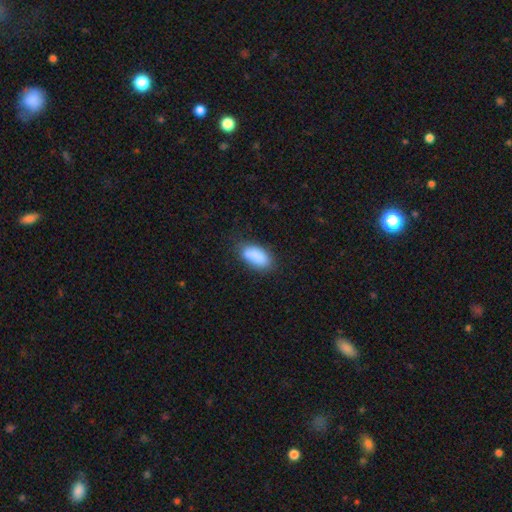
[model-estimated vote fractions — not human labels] smooth_or_featured: smooth (p=0.87) [alt: star or artifact p=0.07]
how_rounded: in between (p=0.89) [alt: cigar-shaped p=0.08]
merging: none (p=0.74) [alt: minor disturbance p=0.19]